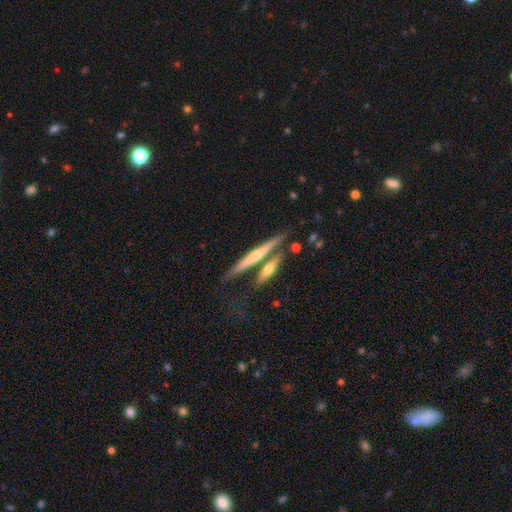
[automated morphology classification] Q: Smooth or featured?
A: featured or disk (54%); runner-up: smooth (40%)
Q: Edge-on disk?
A: yes (93%); runner-up: no (7%)
Q: Edge-on bulge?
A: rounded (49%); runner-up: none (44%)
Q: Merging?
A: none (64%); runner-up: merger (22%)